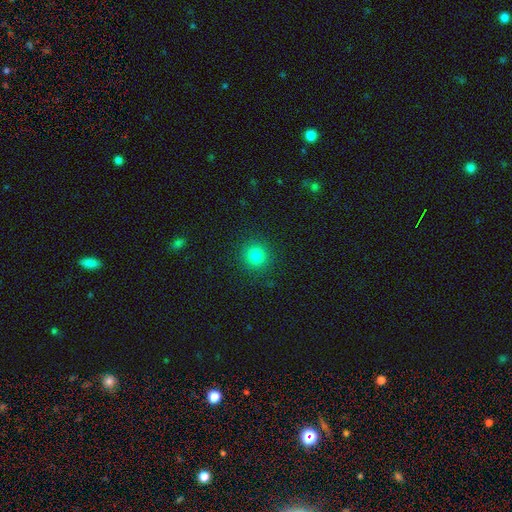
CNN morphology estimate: type=smooth (82%); roundness=round (93%); merging=none (91%).